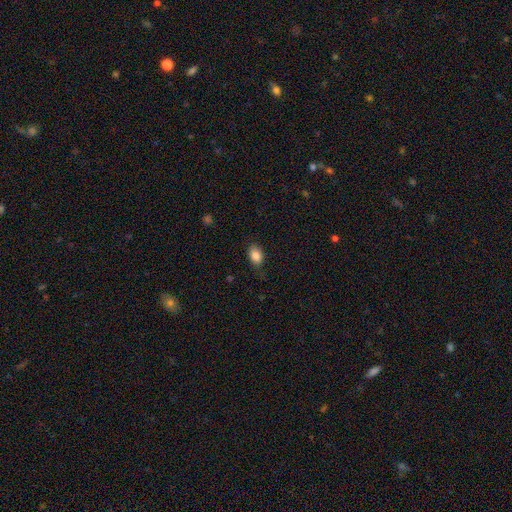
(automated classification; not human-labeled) Smooth or featured? Predicted: smooth (p=0.85). How rounded? Predicted: in between (p=0.81). Merging? Predicted: none (p=0.76).